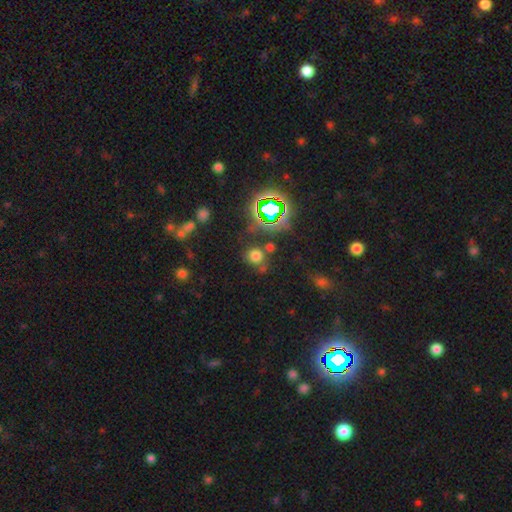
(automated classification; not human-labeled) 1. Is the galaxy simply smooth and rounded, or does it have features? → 61% smooth, 32% star or artifact, 8% featured or disk.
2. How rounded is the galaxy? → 83% round, 16% in between, 1% cigar-shaped.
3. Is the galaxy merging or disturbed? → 70% none, 13% minor disturbance, 10% merger, 6% major disturbance.